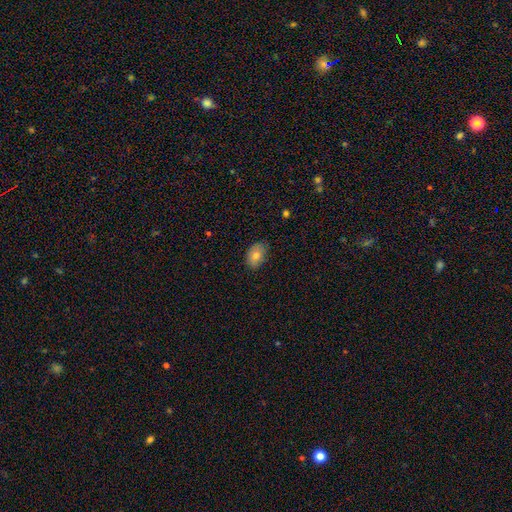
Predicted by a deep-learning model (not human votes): smooth_or_featured: smooth (p=0.78) [alt: featured or disk p=0.14]
how_rounded: in between (p=0.86) [alt: round p=0.13]
merging: none (p=0.75) [alt: minor disturbance p=0.21]